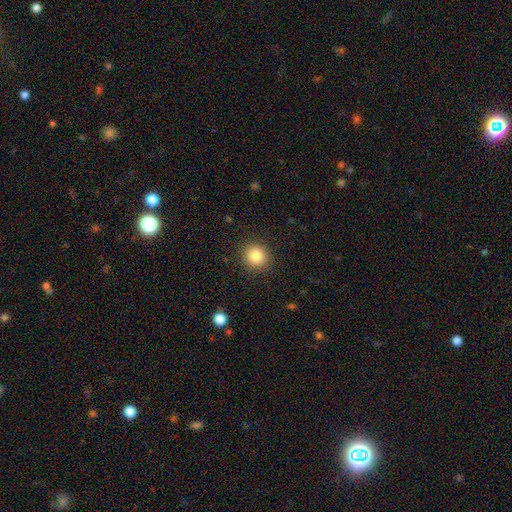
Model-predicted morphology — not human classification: smooth 84%, star or artifact 11%, featured or disk 6%. Down the decision tree: how rounded — round (88%); merging — none (90%).